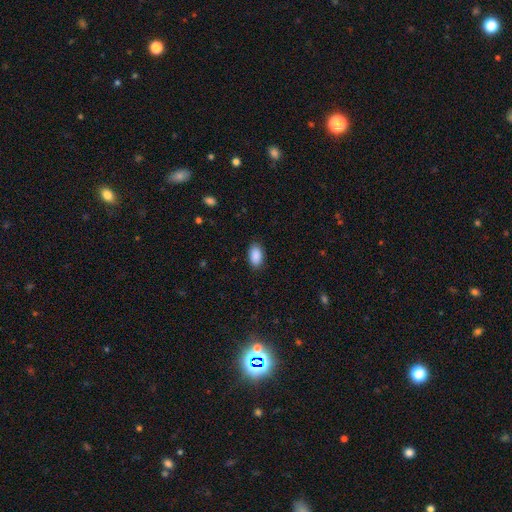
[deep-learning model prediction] Smooth or featured? Predicted: smooth (p=0.90). How rounded? Predicted: in between (p=0.94). Merging? Predicted: none (p=0.88).